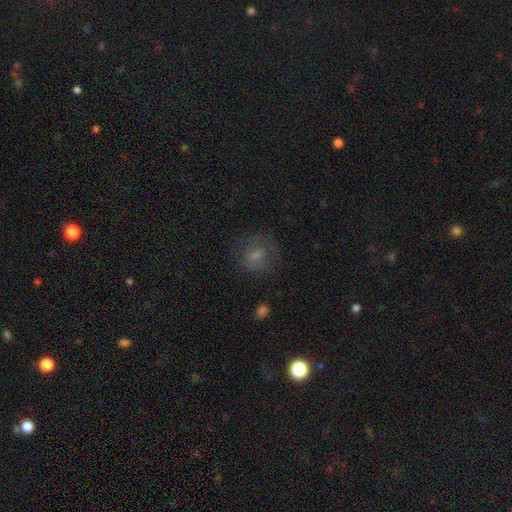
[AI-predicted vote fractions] smooth 48%, featured or disk 38%, star or artifact 14%. Down the decision tree: merging — none (67%).